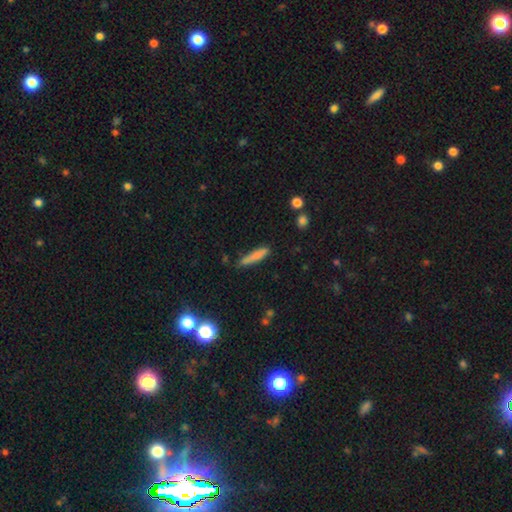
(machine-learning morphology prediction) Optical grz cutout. It shows a smooth galaxy with no disk features (77%) that is cigar-shaped (89%). Merging: none (70%).